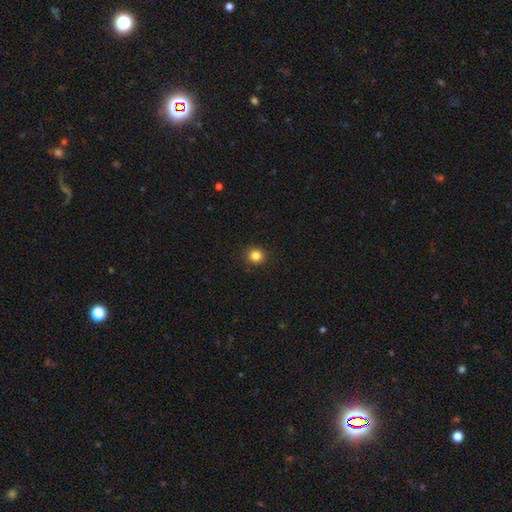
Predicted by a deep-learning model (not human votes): A smooth galaxy with no disk features (83%) that is round (93%). Merging: none (92%).